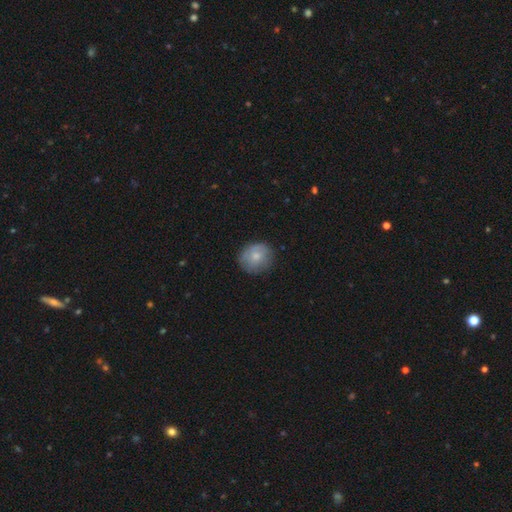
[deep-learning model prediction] Q: Smooth or featured?
A: smooth (71%); runner-up: featured or disk (22%)
Q: How rounded?
A: round (84%); runner-up: in between (15%)
Q: Merging?
A: none (78%); runner-up: minor disturbance (17%)